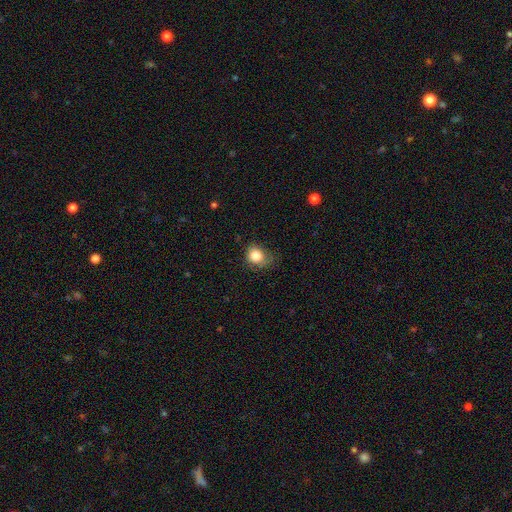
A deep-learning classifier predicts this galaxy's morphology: Q: Smooth or featured?
A: smooth (84%); runner-up: star or artifact (9%)
Q: How rounded?
A: round (68%); runner-up: in between (31%)
Q: Merging?
A: none (51%); runner-up: minor disturbance (33%)